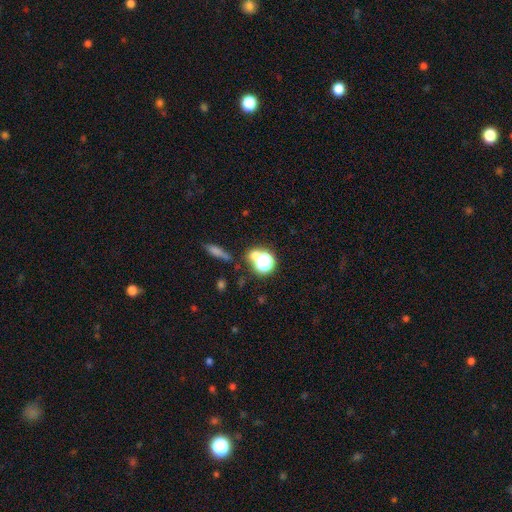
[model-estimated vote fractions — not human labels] smooth 50%, star or artifact 40%, featured or disk 10%. Down the decision tree: merging — none (67%).